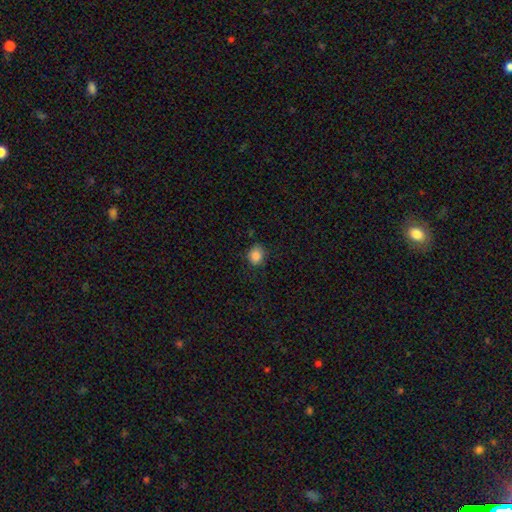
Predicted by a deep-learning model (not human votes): The model was most divided on "how rounded": round: 67%, in between: 32%, cigar-shaped: 1%. More confident: smooth or featured — smooth (85%); merging — none (82%).